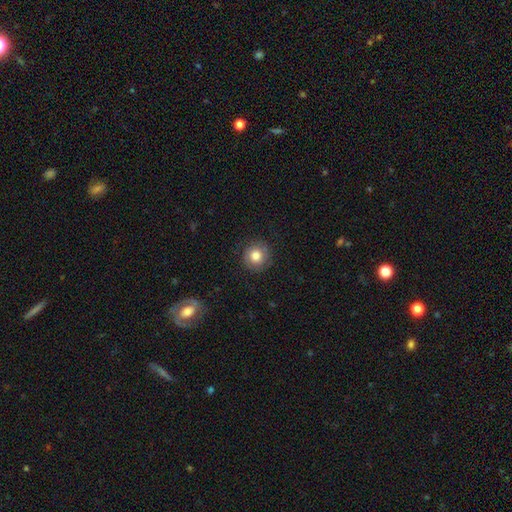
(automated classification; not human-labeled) This is likely a smooth galaxy (79%). How rounded: clearly round (92%). Merging: clearly none (85%).